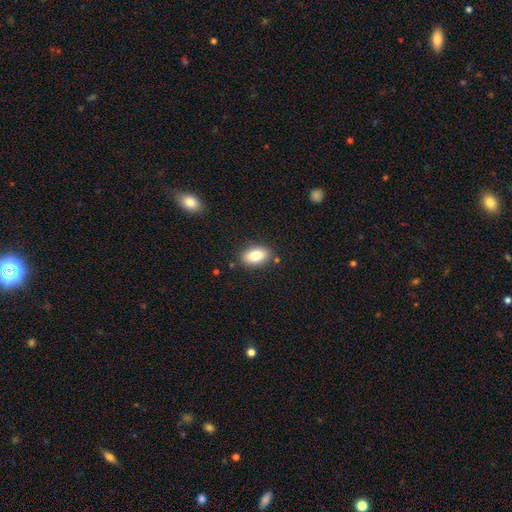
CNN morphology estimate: type=smooth (81%); roundness=in between (90%); merging=none (85%).